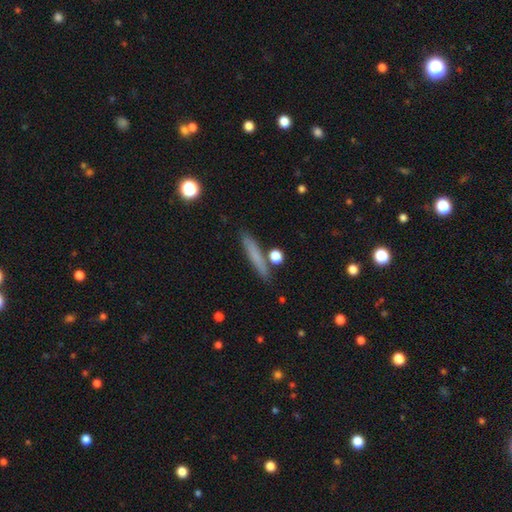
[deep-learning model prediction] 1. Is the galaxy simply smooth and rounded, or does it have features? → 70% smooth, 22% featured or disk, 8% star or artifact.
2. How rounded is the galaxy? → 91% cigar-shaped, 6% in between, 3% round.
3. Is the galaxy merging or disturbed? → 85% none, 9% minor disturbance, 4% merger, 2% major disturbance.